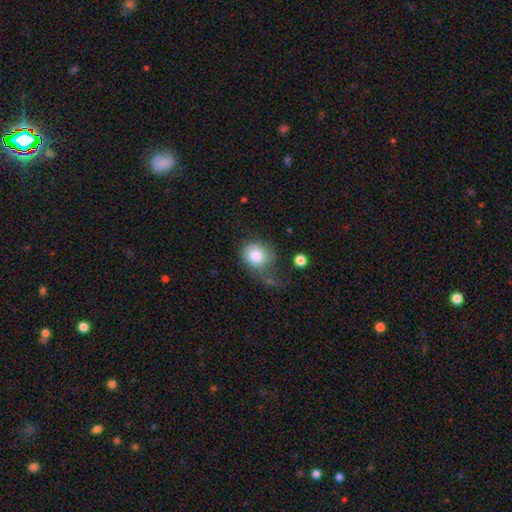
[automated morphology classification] Smooth or featured? smooth (81%)
How rounded? round (69%)
Merging? none (37%)